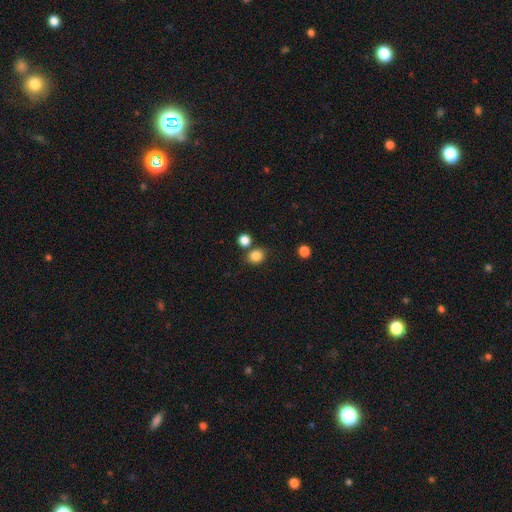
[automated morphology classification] Smooth or featured: smooth — 84% (star or artifact — 11%)
How rounded: round — 75% (in between — 24%)
Merging: none — 71% (merger — 16%)